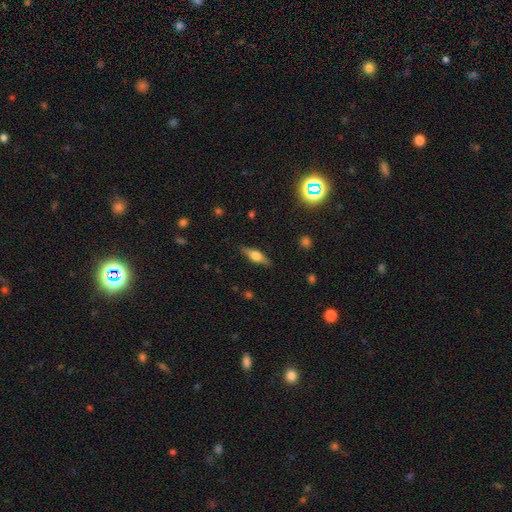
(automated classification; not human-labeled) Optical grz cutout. It shows a featured or disk galaxy (56%) viewed edge-on (94%) with a rounded central bulge (89%). Merging: none (86%).